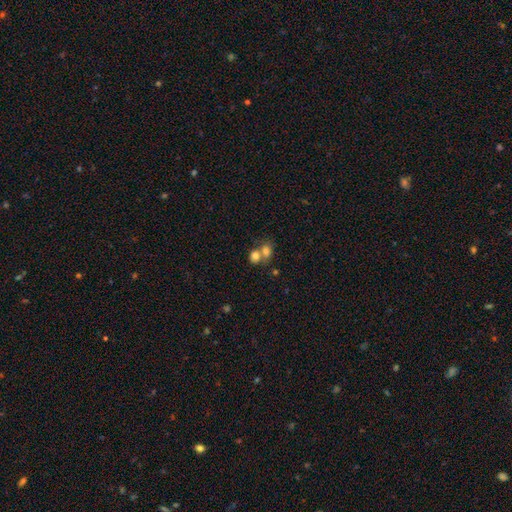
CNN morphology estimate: This is likely a smooth galaxy (77%). How rounded: possibly round (56%). Merging: possibly merger (59%).